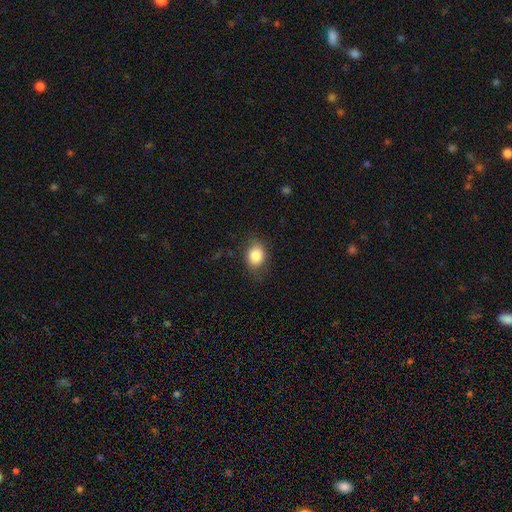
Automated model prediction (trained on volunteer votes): Q: Smooth or featured?
A: smooth (85%); runner-up: star or artifact (9%)
Q: How rounded?
A: in between (59%); runner-up: round (40%)
Q: Merging?
A: none (78%); runner-up: minor disturbance (16%)